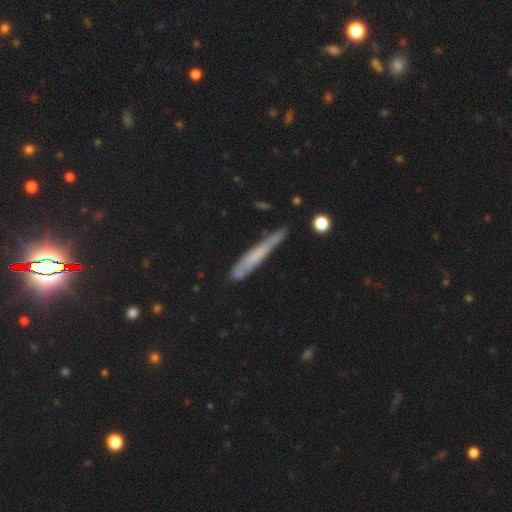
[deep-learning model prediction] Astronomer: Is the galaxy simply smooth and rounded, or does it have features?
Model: smooth — 48% (runner-up: featured or disk, 42%).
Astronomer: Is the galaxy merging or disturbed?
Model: none — 68%.